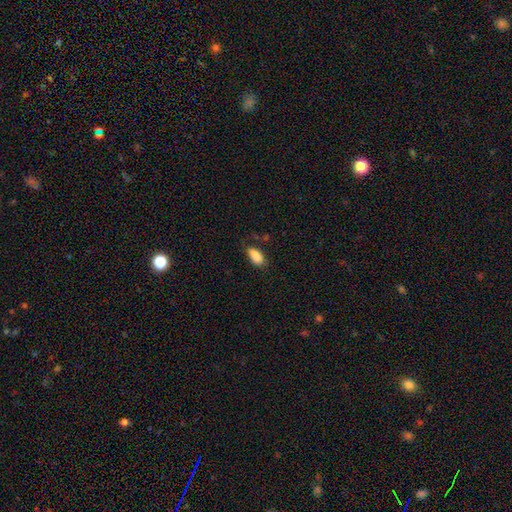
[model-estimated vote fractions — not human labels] Q: Smooth or featured?
A: smooth (87%); runner-up: star or artifact (8%)
Q: How rounded?
A: in between (88%); runner-up: cigar-shaped (9%)
Q: Merging?
A: none (65%); runner-up: minor disturbance (26%)